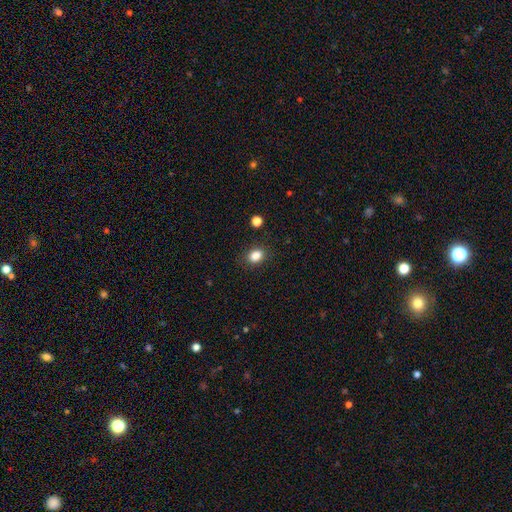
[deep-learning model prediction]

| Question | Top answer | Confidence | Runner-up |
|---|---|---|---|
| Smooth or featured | smooth | 85% | star or artifact (11%) |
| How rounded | in between | 57% | round (42%) |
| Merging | none | 86% | minor disturbance (9%) |